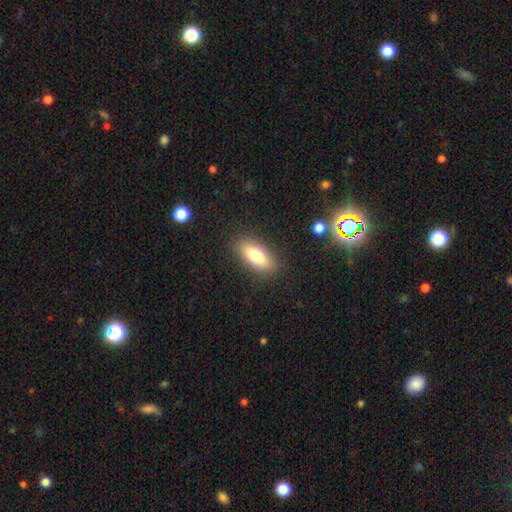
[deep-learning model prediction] smooth 76%, featured or disk 17%, star or artifact 7%. Down the decision tree: how rounded — in between (74%); merging — none (87%).